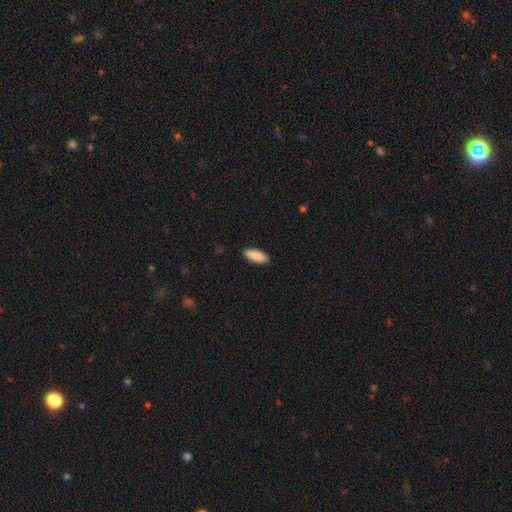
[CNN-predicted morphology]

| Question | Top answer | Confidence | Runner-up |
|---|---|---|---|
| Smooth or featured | smooth | 89% | star or artifact (6%) |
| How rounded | in between | 76% | cigar-shaped (22%) |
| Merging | none | 89% | minor disturbance (8%) |